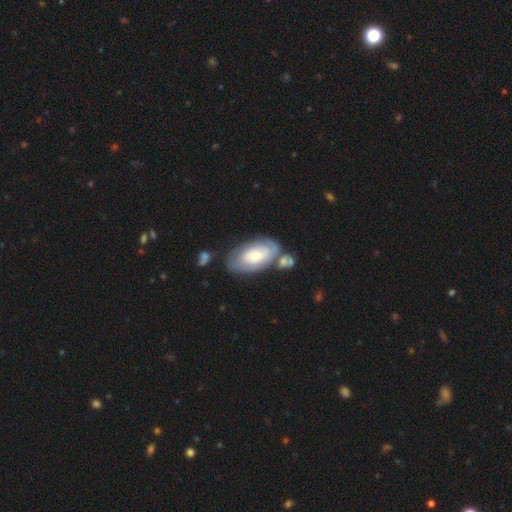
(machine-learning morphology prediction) This is possibly a smooth galaxy (50%). Merging: possibly none (51%).